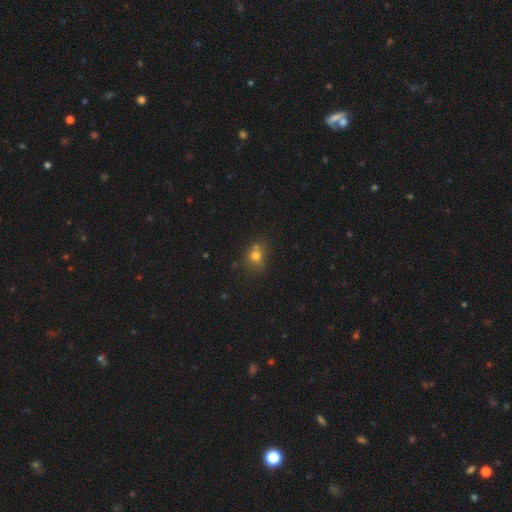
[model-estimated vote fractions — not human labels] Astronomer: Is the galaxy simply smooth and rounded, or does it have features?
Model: smooth — 72%.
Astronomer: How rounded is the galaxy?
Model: round — 67%.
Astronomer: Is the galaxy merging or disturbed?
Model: none — 56%.